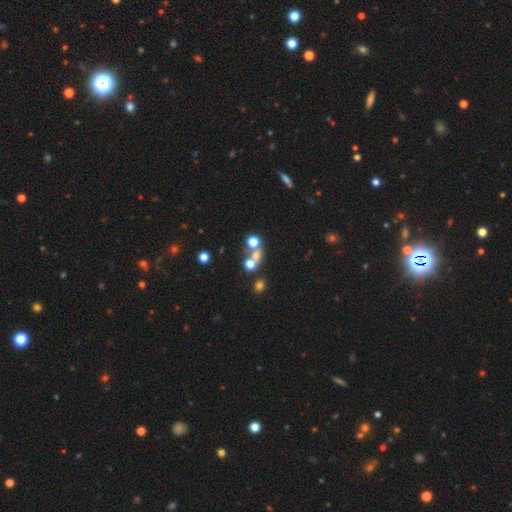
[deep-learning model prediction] Morphology: type=smooth (57%); roundness=round (76%); merging=merger (47%).